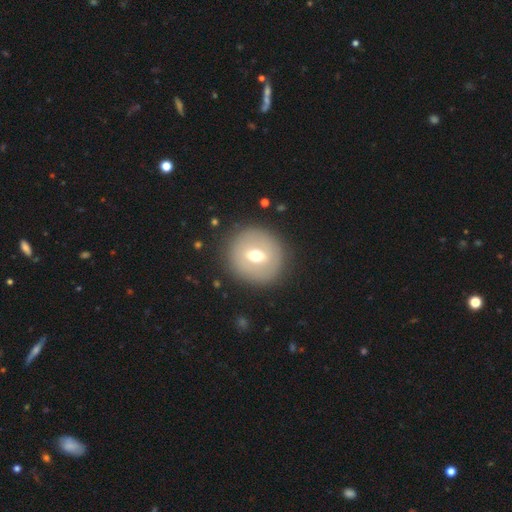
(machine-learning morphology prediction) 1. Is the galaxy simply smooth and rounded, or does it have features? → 52% smooth, 39% featured or disk, 10% star or artifact.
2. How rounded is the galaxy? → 90% round, 9% in between, 1% cigar-shaped.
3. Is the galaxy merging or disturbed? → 86% none, 8% minor disturbance, 4% major disturbance, 2% merger.